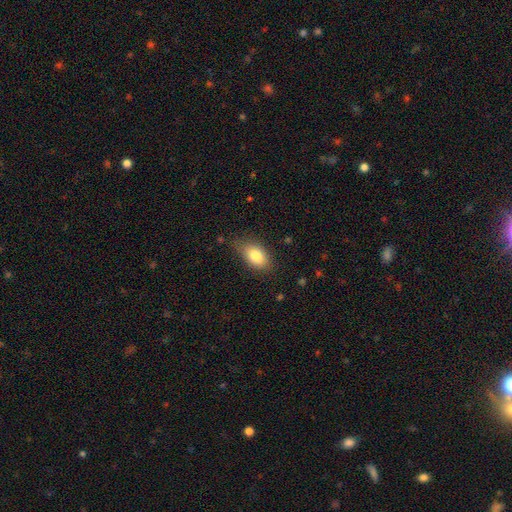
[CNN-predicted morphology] Overall: smooth (82%). How rounded: in between (89%). Merging: none (73%).